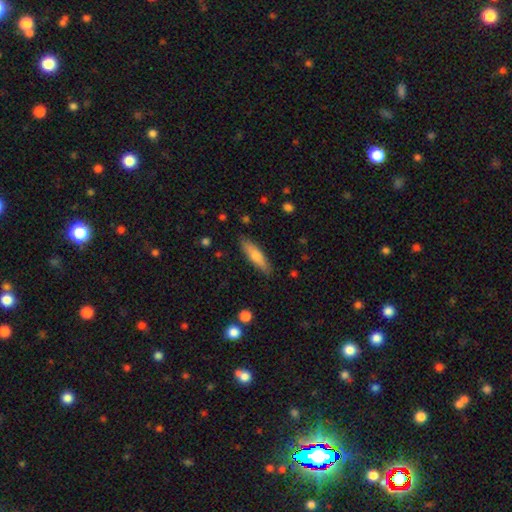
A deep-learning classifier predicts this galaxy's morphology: A smooth galaxy with no disk features (65%) that is cigar-shaped (70%).

Vote fractions:
- Smooth or featured? smooth: 65% / featured or disk: 29% / star or artifact: 6%
- How rounded? cigar-shaped: 70% / in between: 28% / round: 2%
- Merging? none: 87% / minor disturbance: 10% / major disturbance: 2% / merger: 1%